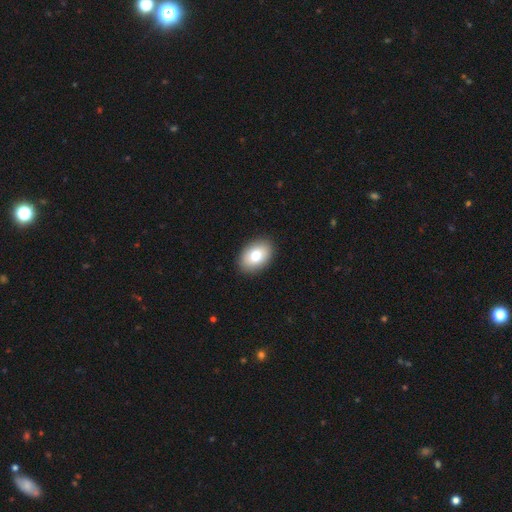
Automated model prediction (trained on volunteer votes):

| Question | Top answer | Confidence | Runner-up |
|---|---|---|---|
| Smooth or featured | smooth | 77% | featured or disk (15%) |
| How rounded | in between | 84% | round (15%) |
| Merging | none | 90% | minor disturbance (7%) |